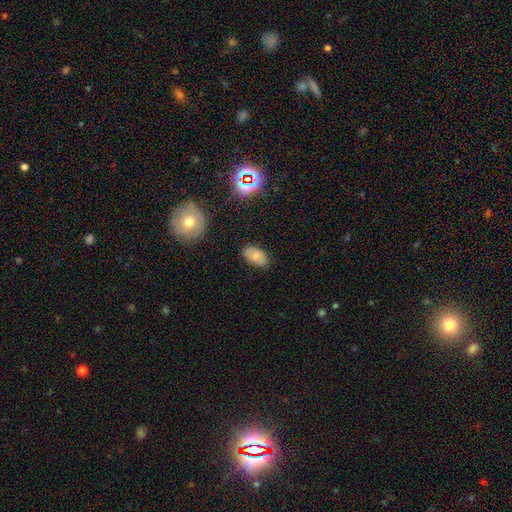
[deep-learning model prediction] This is likely a smooth galaxy (70%). How rounded: clearly in between (93%). Merging: clearly none (82%).